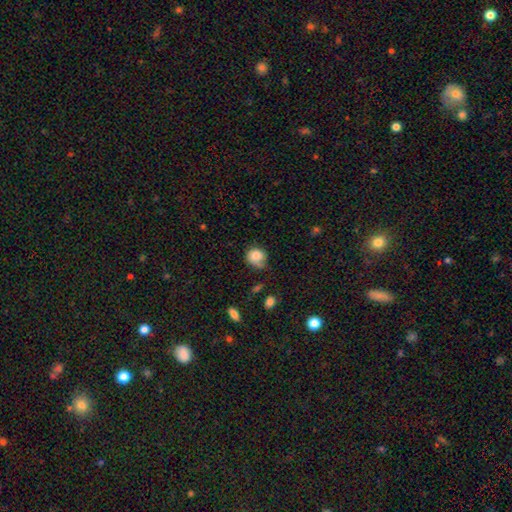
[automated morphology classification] A smooth galaxy with no disk features (77%) that is round (69%). Merging: none (47%).